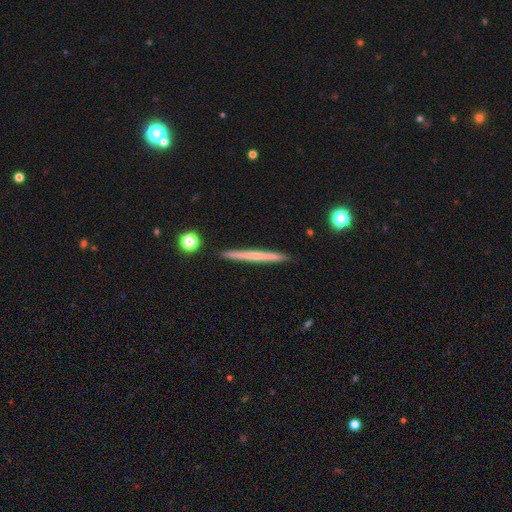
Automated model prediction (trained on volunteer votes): This is possibly a smooth galaxy (48%). Merging: clearly none (92%).